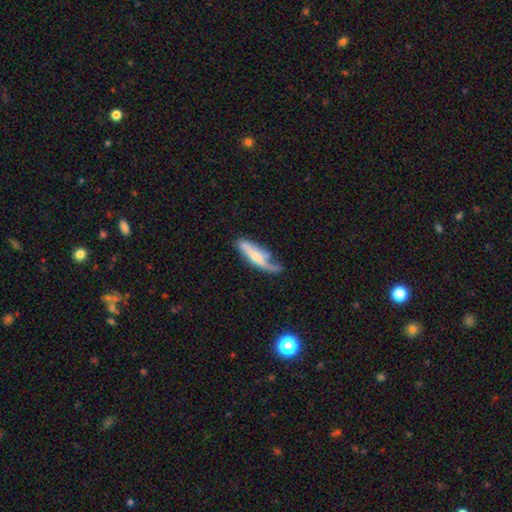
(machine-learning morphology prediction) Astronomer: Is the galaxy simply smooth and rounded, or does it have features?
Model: featured or disk — 52% (runner-up: smooth, 41%).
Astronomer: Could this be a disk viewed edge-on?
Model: yes — 51% (runner-up: no, 49%).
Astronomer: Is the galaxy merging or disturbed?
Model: none — 36% (runner-up: minor disturbance, 30%).